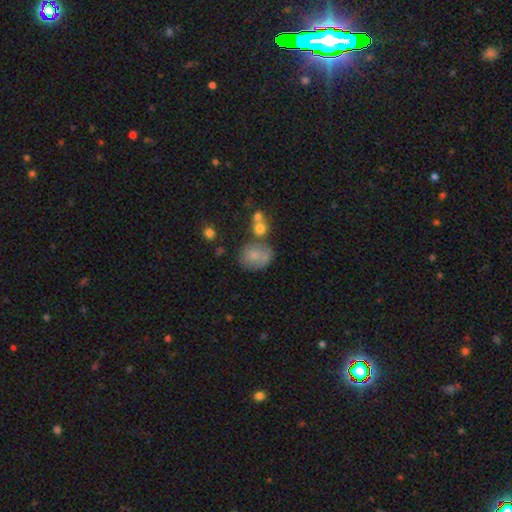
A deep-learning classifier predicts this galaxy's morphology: Smooth or featured? smooth (70%)
How rounded? round (67%)
Merging? none (51%)